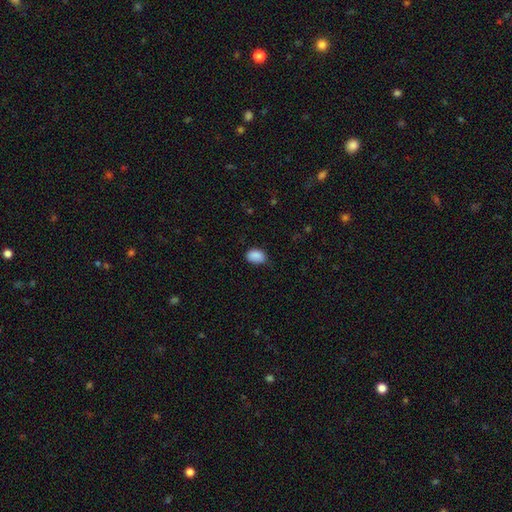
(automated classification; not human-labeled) This is clearly a smooth galaxy (89%). How rounded: clearly in between (83%). Merging: likely none (71%).